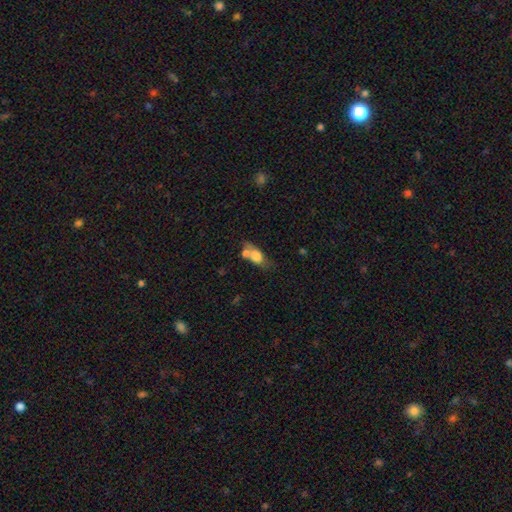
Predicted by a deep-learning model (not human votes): Smooth or featured? Predicted: smooth (p=0.70). How rounded? Predicted: in between (p=0.73). Merging? Predicted: merger (p=0.40).